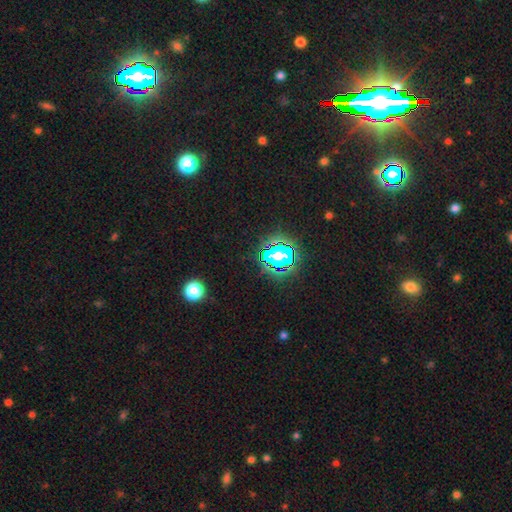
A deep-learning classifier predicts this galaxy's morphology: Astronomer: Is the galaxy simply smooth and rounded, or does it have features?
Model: star or artifact — 81%.